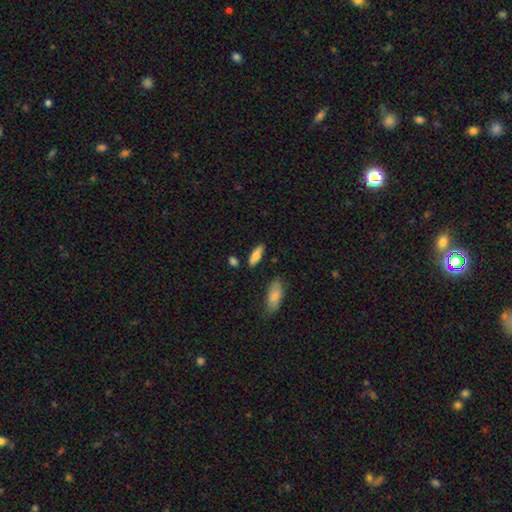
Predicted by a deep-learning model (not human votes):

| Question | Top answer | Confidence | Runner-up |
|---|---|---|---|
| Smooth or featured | smooth | 77% | featured or disk (17%) |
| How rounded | in between | 65% | cigar-shaped (32%) |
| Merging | none | 83% | minor disturbance (11%) |